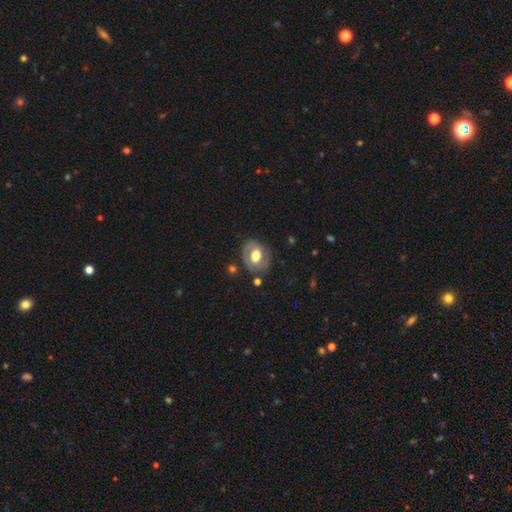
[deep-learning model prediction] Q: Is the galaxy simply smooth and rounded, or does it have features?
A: featured or disk — 51%.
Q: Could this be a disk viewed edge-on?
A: no — 95%.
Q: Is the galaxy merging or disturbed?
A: none — 75%.